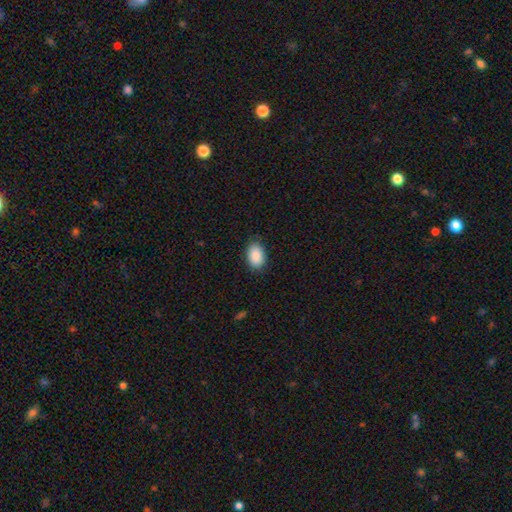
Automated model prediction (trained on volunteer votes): Smooth or featured? smooth (90%)
How rounded? in between (88%)
Merging? none (86%)